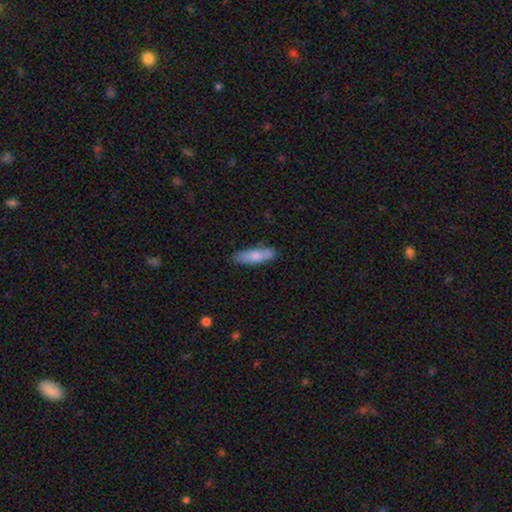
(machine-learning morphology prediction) Overall: smooth (74%). How rounded: cigar-shaped (59%; in between 39%). Merging: none (77%).